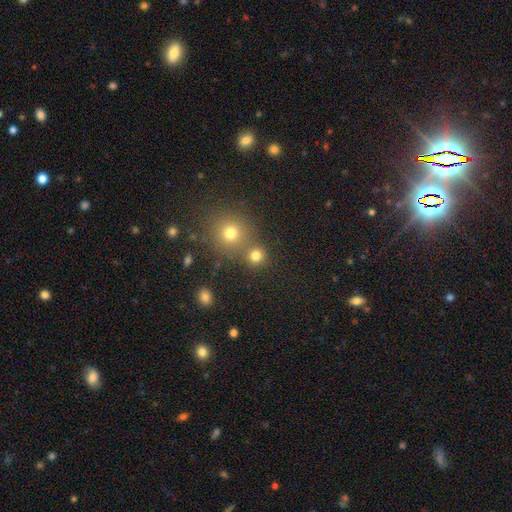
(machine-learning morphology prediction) smooth 79%, star or artifact 15%, featured or disk 6%. Down the decision tree: how rounded — round (91%); merging — none (71%).